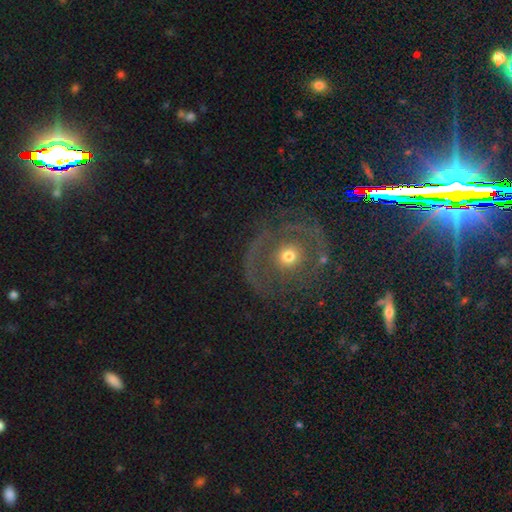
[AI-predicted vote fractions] The model was most divided on "spiral arms": yes: 66%, no: 34%. More confident: edge-on disk — no (93%); merging — none (73%); bar — no (67%); smooth or featured — featured or disk (62%); bulge size — moderate (61%).